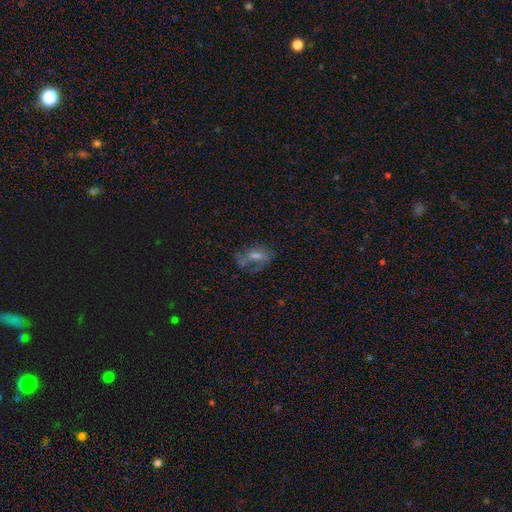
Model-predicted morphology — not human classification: Overall: smooth (45%; featured or disk 35%). Merging: none (49%; minor disturbance 22%).